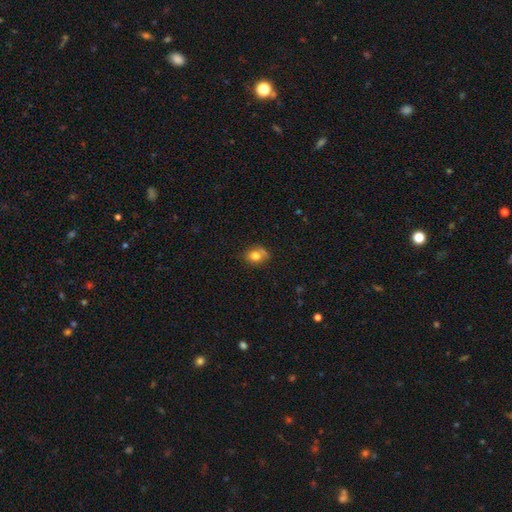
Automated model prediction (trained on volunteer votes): A smooth galaxy with no disk features (76%) that is round (56%). Merging: none (60%).